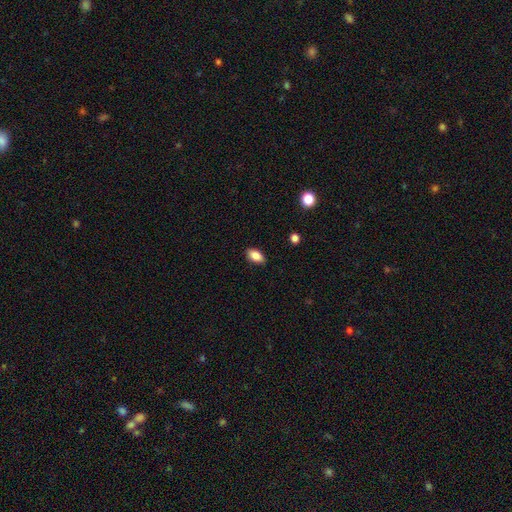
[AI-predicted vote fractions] Overall: smooth (86%). How rounded: in between (92%). Merging: none (88%).